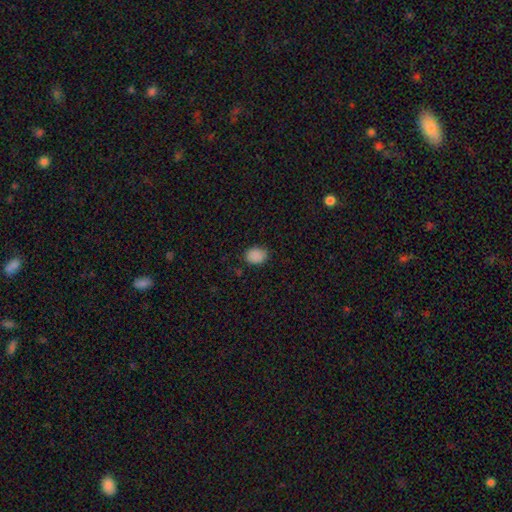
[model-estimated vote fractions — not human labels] The model was most divided on "how rounded": in between: 58%, round: 41%, cigar-shaped: 1%. More confident: smooth or featured — smooth (88%); merging — none (84%).